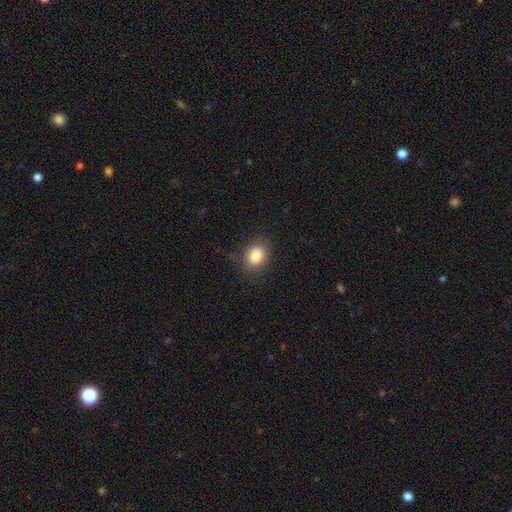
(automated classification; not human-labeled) smooth_or_featured: smooth (p=0.85) [alt: star or artifact p=0.09]
how_rounded: in between (p=0.52) [alt: round p=0.47]
merging: none (p=0.80) [alt: minor disturbance p=0.15]